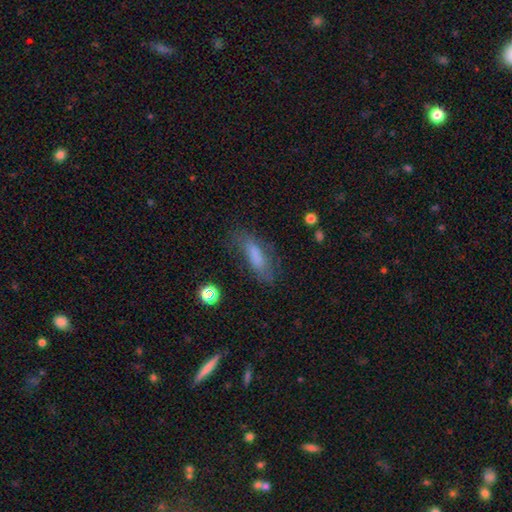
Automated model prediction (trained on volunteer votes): smooth 68%, featured or disk 21%, star or artifact 10%. Down the decision tree: how rounded — in between (57%); merging — none (62%).